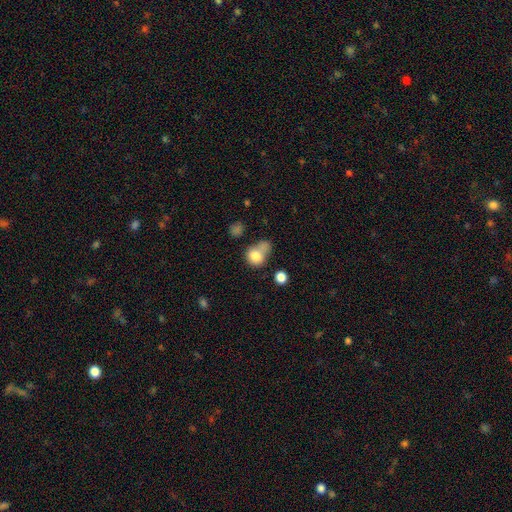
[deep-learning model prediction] A smooth galaxy with no disk features (79%) that is round (61%).

Vote fractions:
- Smooth or featured? smooth: 79% / featured or disk: 11% / star or artifact: 10%
- How rounded? round: 61% / in between: 37% / cigar-shaped: 1%
- Merging? merger: 31% (tied) / none: 31% (tied) / minor disturbance: 21% / major disturbance: 17%